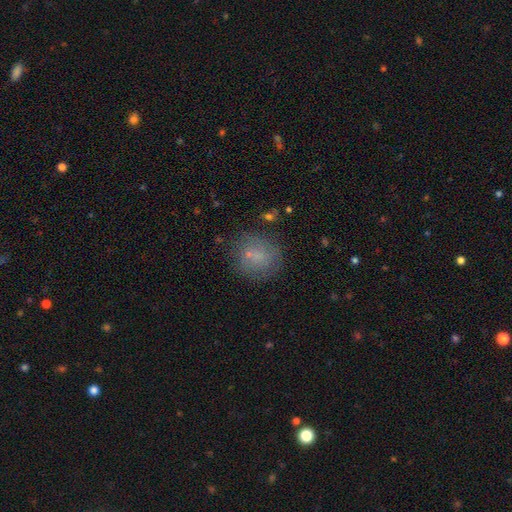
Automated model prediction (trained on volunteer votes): This is likely a smooth galaxy (64%). How rounded: likely round (77%). Merging: likely none (77%).